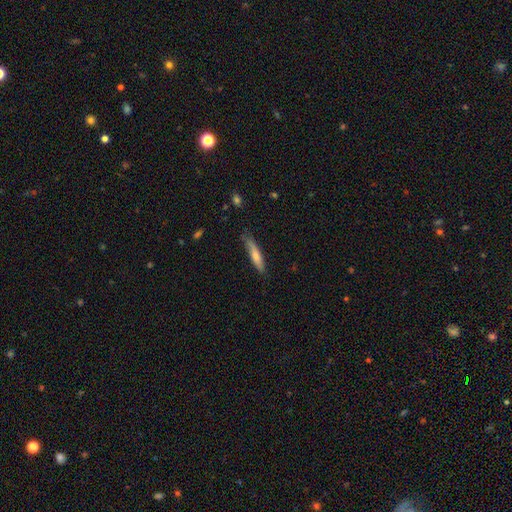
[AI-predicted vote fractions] This appears to be a smooth galaxy with no disk features (70%) that is cigar-shaped (84%). Merging: none (70%).